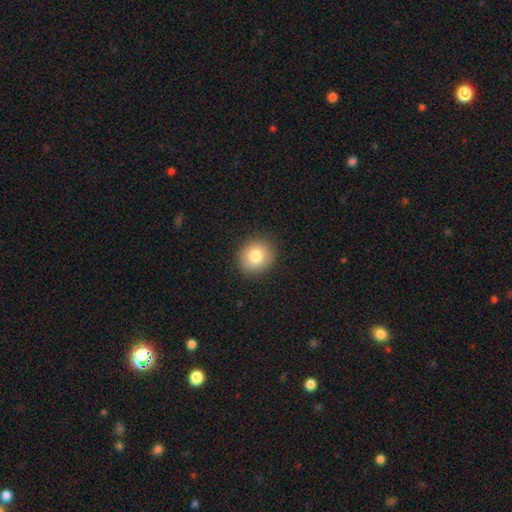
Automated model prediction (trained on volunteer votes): This appears to be a smooth galaxy with no disk features (81%) that is round (77%). Merging: none (90%).